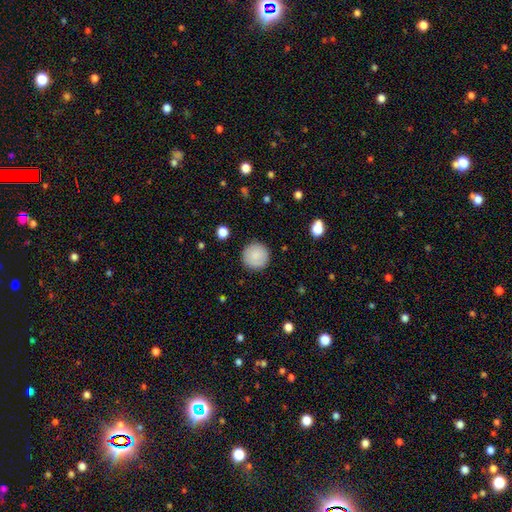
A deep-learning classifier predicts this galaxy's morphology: type=smooth (86%); roundness=round (96%); merging=none (91%).